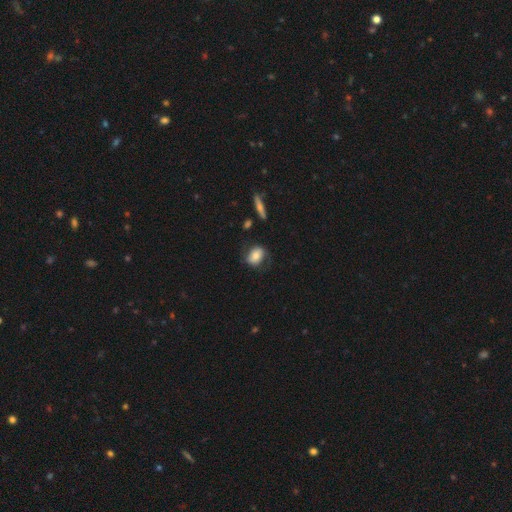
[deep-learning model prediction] This appears to be a smooth galaxy with no disk features (67%) that is in between round and cigar-shaped (65%). Merging: none (66%).